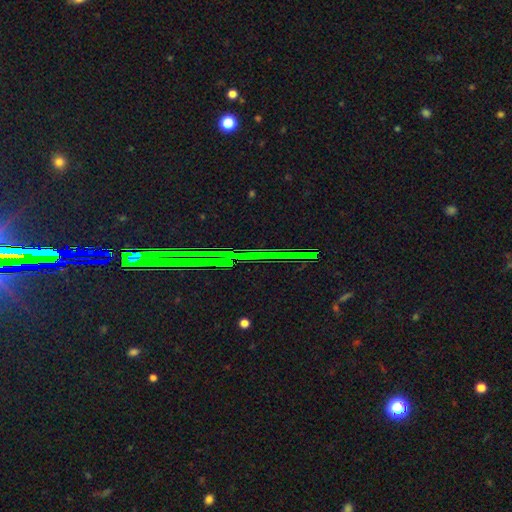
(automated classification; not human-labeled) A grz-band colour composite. It shows a star or artifact, not a galaxy (85%).